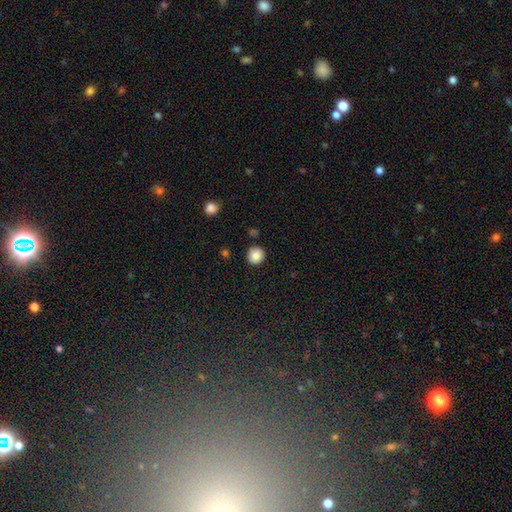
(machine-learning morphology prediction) Q: Smooth or featured?
A: smooth (85%); runner-up: star or artifact (9%)
Q: How rounded?
A: round (91%); runner-up: in between (8%)
Q: Merging?
A: none (90%); runner-up: minor disturbance (7%)